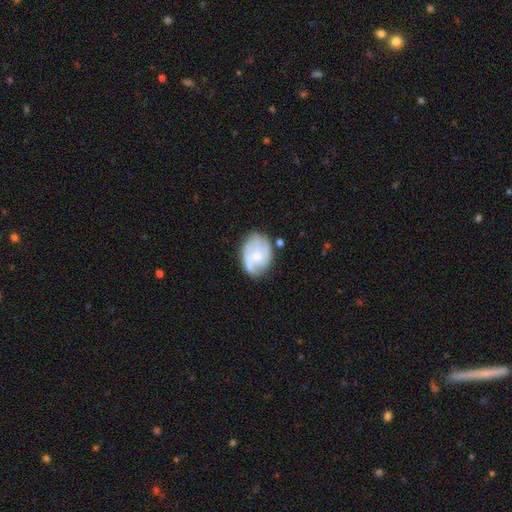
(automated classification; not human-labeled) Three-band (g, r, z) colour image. It shows a featured or disk galaxy (68%) with no bar (72%), 3 (34%) medium (43%) spiral arms (84%) and a small central bulge (59%). Merging: none (61%).